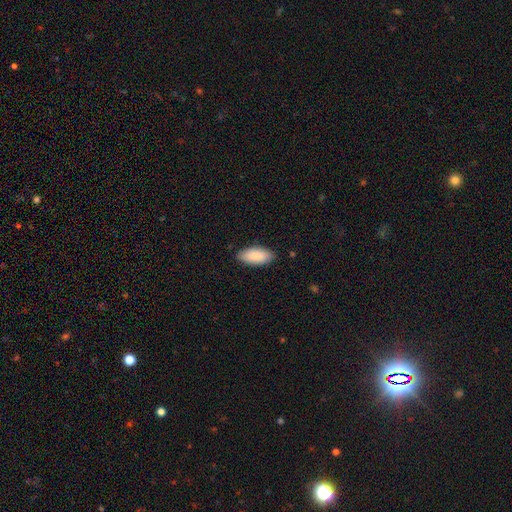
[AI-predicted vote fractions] This appears to be a smooth galaxy with no disk features (89%) that is in between round and cigar-shaped (88%). Merging: none (85%).